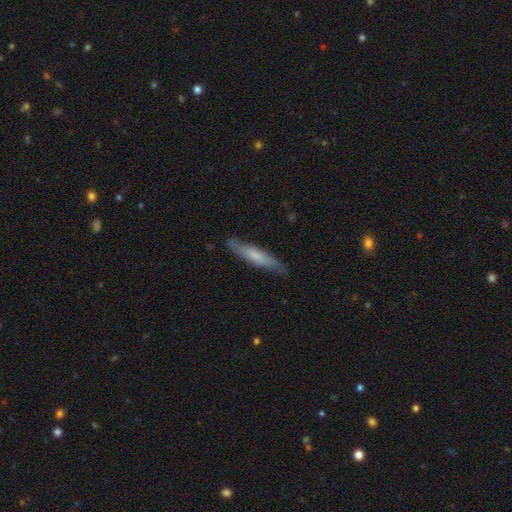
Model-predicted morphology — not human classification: smooth-or-featured: smooth: 57% | featured or disk: 37% | star or artifact: 6%
  how-rounded: cigar-shaped: 87% | in between: 11% | round: 1%
  merging: none: 82% | minor disturbance: 14% | major disturbance: 3% | merger: 1%